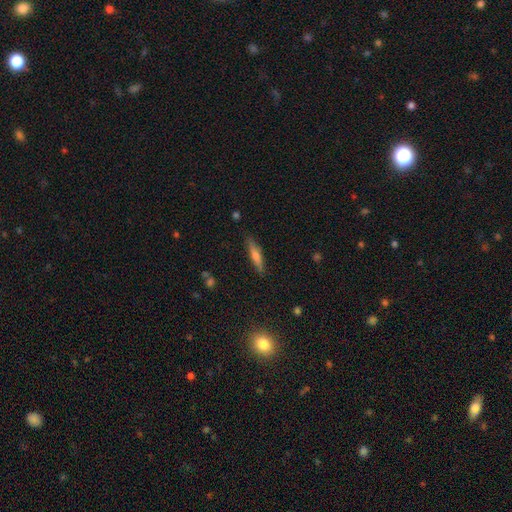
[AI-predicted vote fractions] Morphology: type=smooth (62%); roundness=cigar-shaped (84%); merging=none (86%).